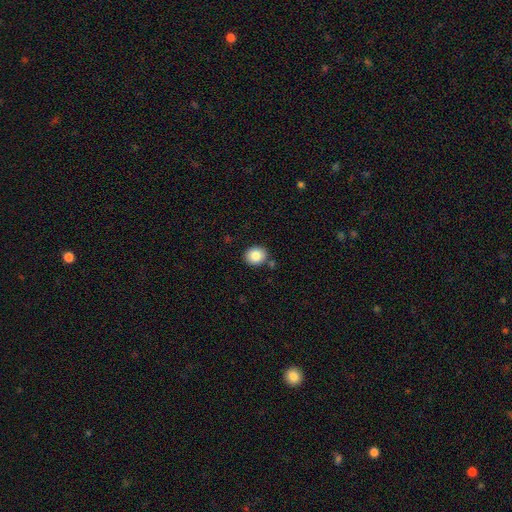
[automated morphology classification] smooth 86%, star or artifact 9%, featured or disk 6%. Down the decision tree: how rounded — round (70%); merging — none (82%).